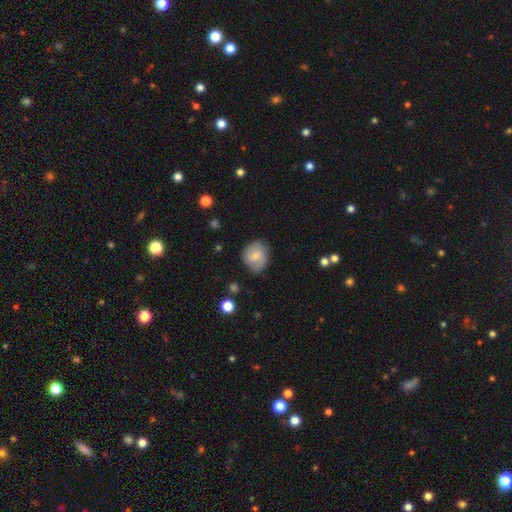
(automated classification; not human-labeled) This appears to be a smooth galaxy with no disk features (56%) that is round (65%). Merging: none (68%).